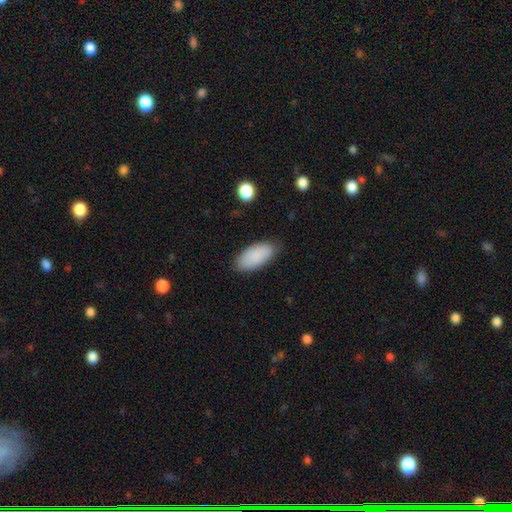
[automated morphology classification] This is clearly a smooth galaxy (88%). How rounded: clearly in between (92%). Merging: clearly none (81%).